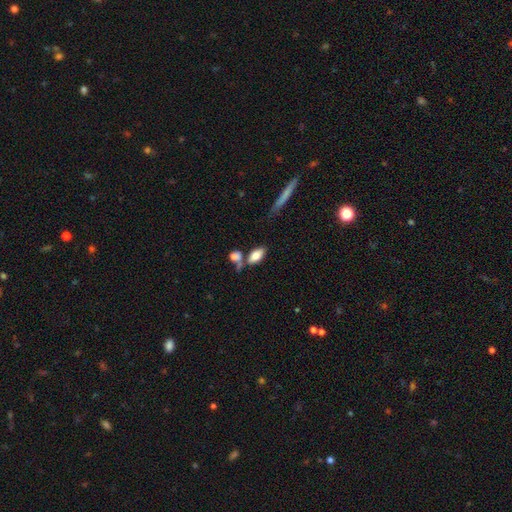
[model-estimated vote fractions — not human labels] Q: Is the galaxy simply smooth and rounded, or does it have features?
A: smooth — 77%.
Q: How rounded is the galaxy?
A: in between — 87%.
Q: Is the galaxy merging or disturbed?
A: none — 52%.